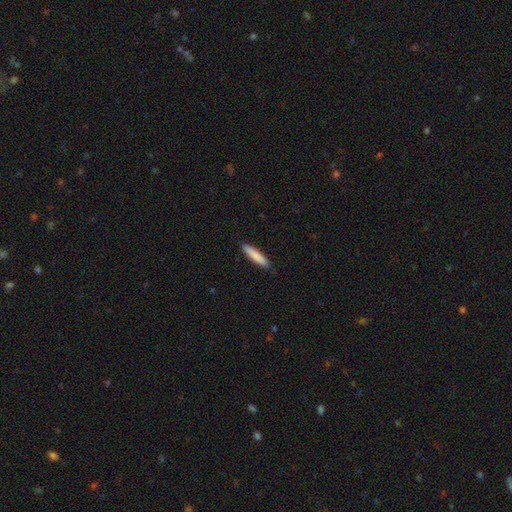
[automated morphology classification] The model was most divided on "how rounded": cigar-shaped: 85%, in between: 14%, round: 1%. More confident: merging — none (87%); smooth or featured — smooth (84%).